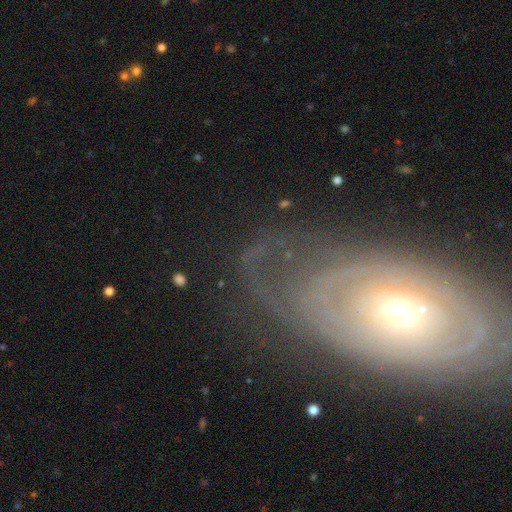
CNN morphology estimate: Smooth or featured?
  - featured or disk: 65% *
  - star or artifact: 18%
  - smooth: 17%
Edge-on disk?
  - no: 90% *
  - yes: 10%
Bar?
  - no: 63% *
  - weak: 24%
  - strong: 13%
Spiral arms?
  - yes: 69% *
  - no: 31%
Bulge size?
  - moderate: 49% *
  - small: 39%
  - large: 7%
  - none: 3%
  - dominant: 3%
Merging?
  - none: 58% *
  - major disturbance: 21%
  - minor disturbance: 16%
  - merger: 4%